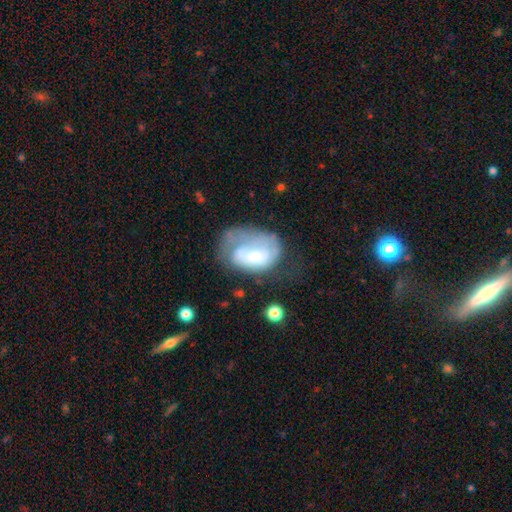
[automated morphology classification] smooth_or_featured: featured or disk (p=0.52) [alt: smooth p=0.40]
disk_edge_on: no (p=0.96) [alt: yes p=0.04]
bar: no (p=0.71) [alt: weak p=0.24]
has_spiral_arms: yes (p=0.52) [alt: no p=0.48]
bulge_size: small (p=0.48) [alt: moderate p=0.40]
merging: major disturbance (p=0.37) [alt: minor disturbance p=0.27]